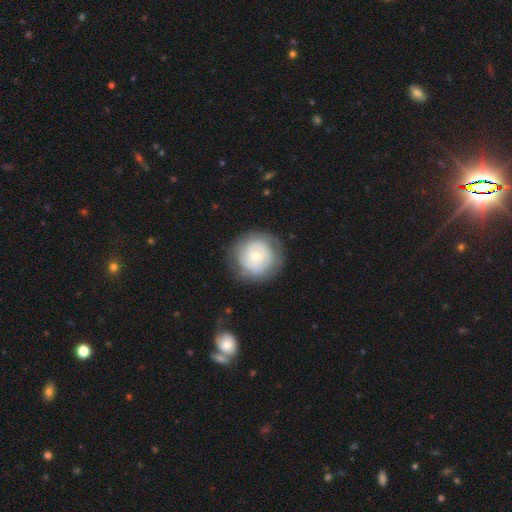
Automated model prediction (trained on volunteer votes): The model was most divided on "smooth or featured": featured or disk: 51%, smooth: 42%, star or artifact: 7%. More confident: edge-on disk — no (97%); merging — none (78%).